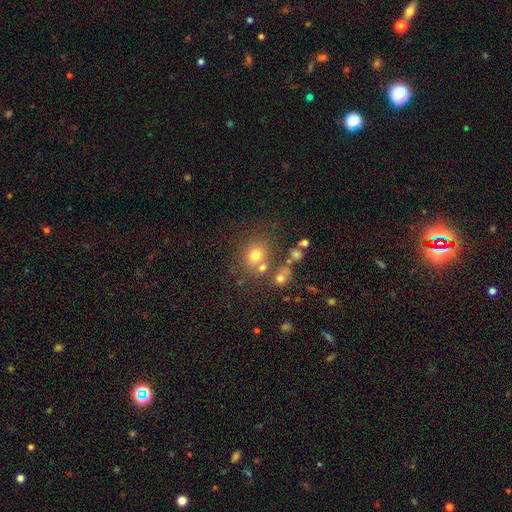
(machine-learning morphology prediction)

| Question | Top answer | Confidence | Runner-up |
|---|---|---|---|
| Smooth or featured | smooth | 72% | star or artifact (17%) |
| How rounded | round | 75% | in between (24%) |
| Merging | none | 64% | merger (19%) |